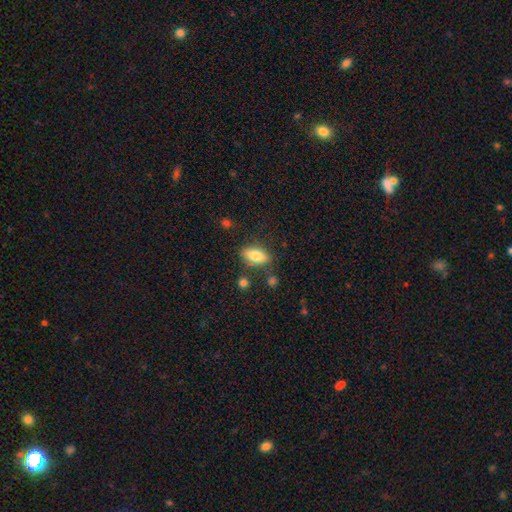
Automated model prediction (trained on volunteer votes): Smooth or featured?
  - smooth: 78% *
  - featured or disk: 15%
  - star or artifact: 7%
How rounded?
  - in between: 84% *
  - cigar-shaped: 12%
  - round: 4%
Merging?
  - none: 77% *
  - minor disturbance: 14%
  - merger: 5%
  - major disturbance: 4%